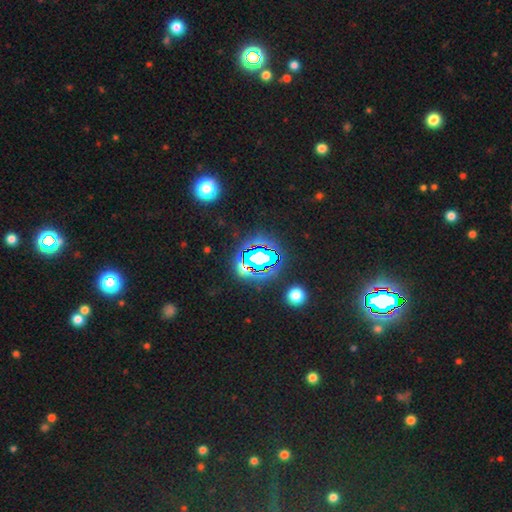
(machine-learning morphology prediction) star or artifact 79%, smooth 13%, featured or disk 8%.